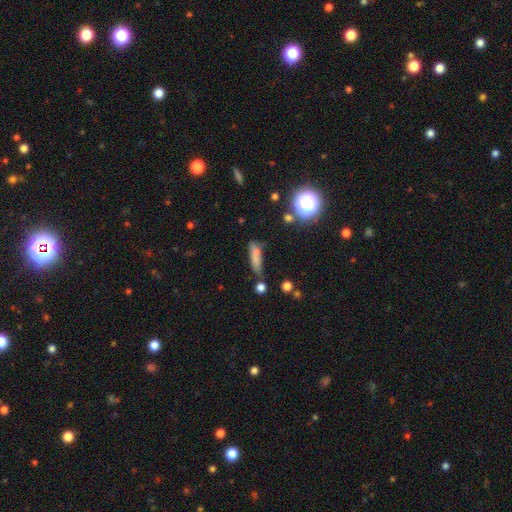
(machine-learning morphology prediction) A smooth galaxy with no disk features (69%) that is cigar-shaped (59%). Merging: none (50%).